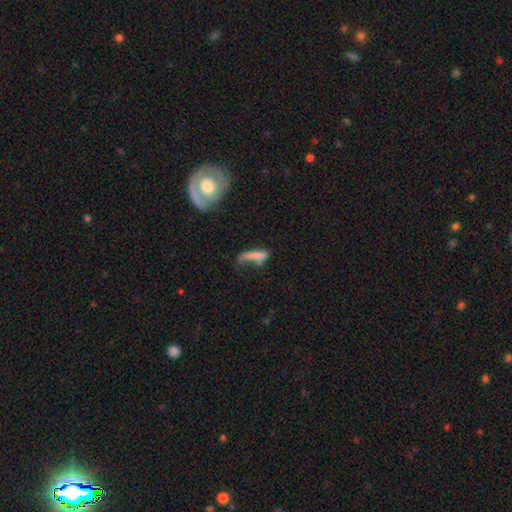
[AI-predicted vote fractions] A smooth galaxy with no disk features (71%) that is cigar-shaped (74%).

Vote fractions:
- Smooth or featured? smooth: 71% / featured or disk: 19% / star or artifact: 10%
- How rounded? cigar-shaped: 74% / in between: 23% / round: 2%
- Merging? none: 36% / minor disturbance: 26% / major disturbance: 24% / merger: 14%